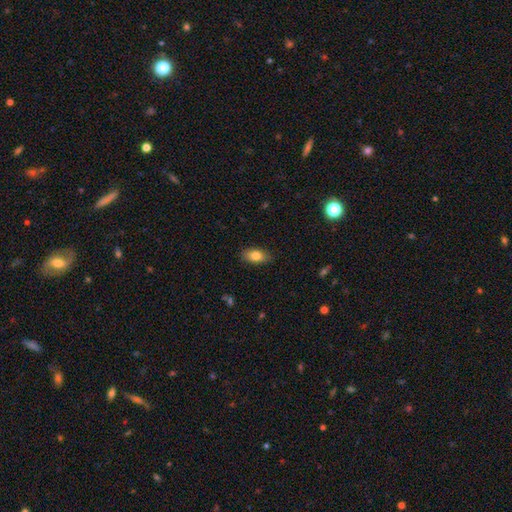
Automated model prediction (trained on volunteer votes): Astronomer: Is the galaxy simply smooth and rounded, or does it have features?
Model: smooth — 81%.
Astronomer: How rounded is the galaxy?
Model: in between — 88%.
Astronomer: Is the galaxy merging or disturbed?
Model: none — 85%.